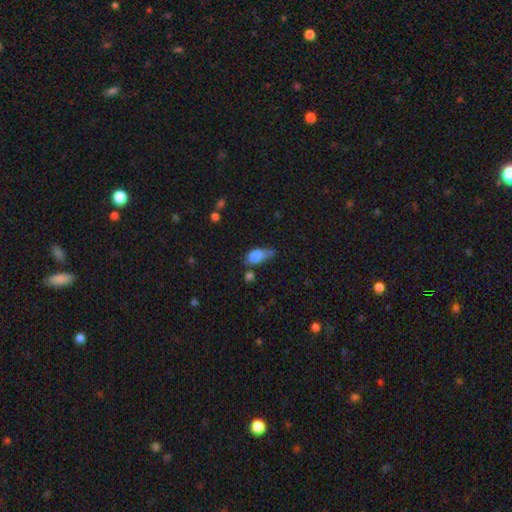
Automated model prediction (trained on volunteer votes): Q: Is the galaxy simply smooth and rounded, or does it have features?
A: smooth — 78%.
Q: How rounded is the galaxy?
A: in between — 82%.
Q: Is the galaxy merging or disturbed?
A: minor disturbance — 38%.